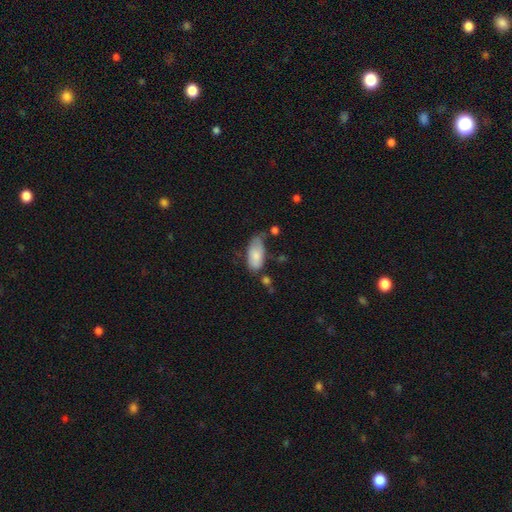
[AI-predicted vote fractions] Overall: smooth (80%). How rounded: in between (90%). Merging: none (45%; minor disturbance 37%).